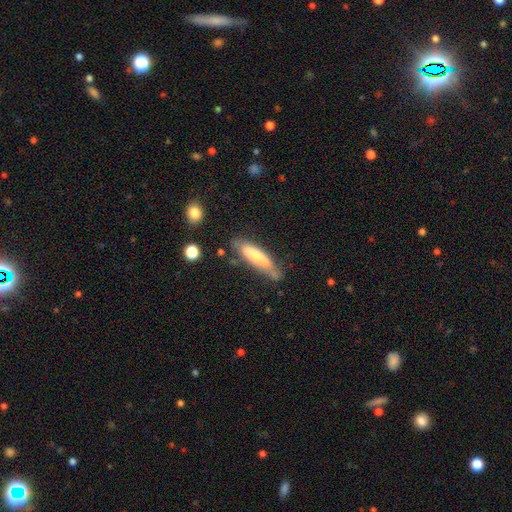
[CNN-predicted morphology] Smooth or featured? Predicted: smooth (p=0.65). How rounded? Predicted: cigar-shaped (p=0.72). Merging? Predicted: none (p=0.58).